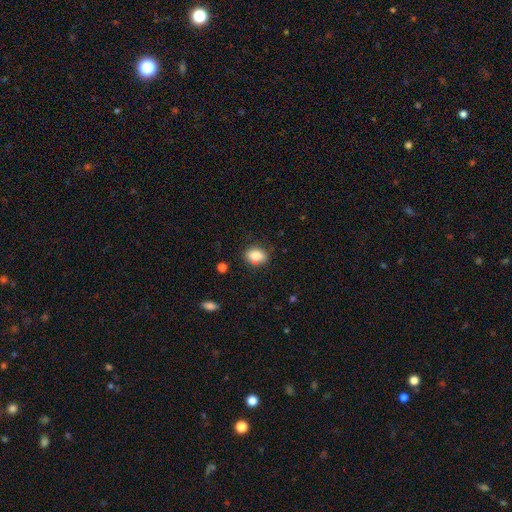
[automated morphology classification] Smooth or featured? Predicted: smooth (p=0.84). How rounded? Predicted: in between (p=0.74). Merging? Predicted: none (p=0.78).